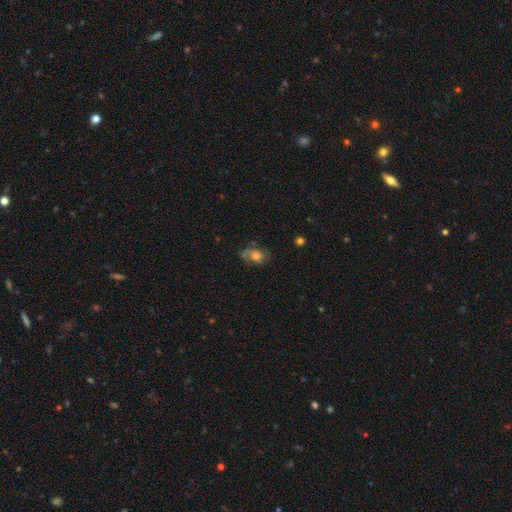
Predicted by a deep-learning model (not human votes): The model was most divided on "merging": none: 52%, minor disturbance: 28%, major disturbance: 12%, merger: 8%. More confident: how rounded — in between (65%); smooth or featured — smooth (61%).